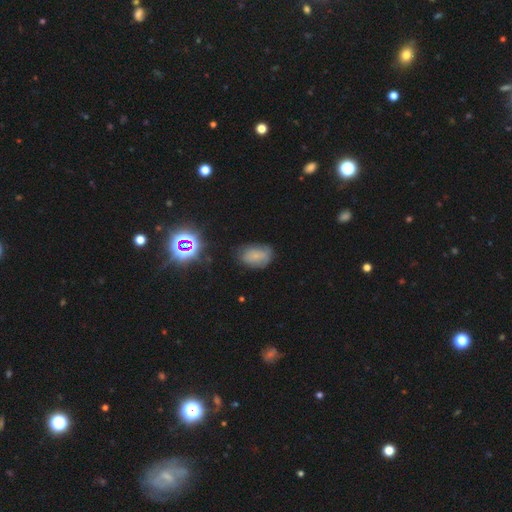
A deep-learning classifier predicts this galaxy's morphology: This is likely a smooth galaxy (65%). How rounded: clearly in between (84%). Merging: likely none (66%).